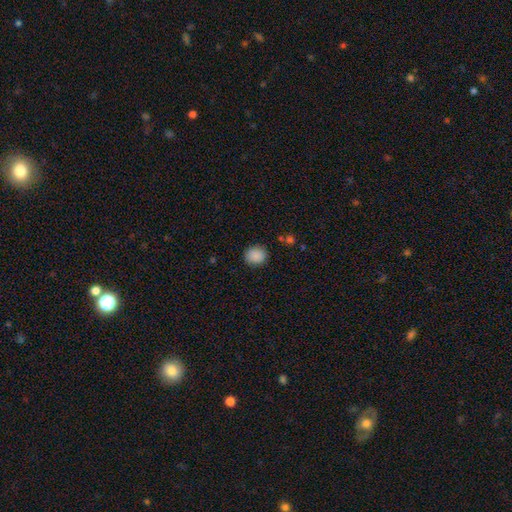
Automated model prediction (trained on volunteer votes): Smooth or featured?
  - smooth: 89% *
  - star or artifact: 9%
  - featured or disk: 3%
How rounded?
  - round: 74% *
  - in between: 26%
  - cigar-shaped: 1%
Merging?
  - none: 87% *
  - minor disturbance: 9%
  - major disturbance: 3%
  - merger: 1%